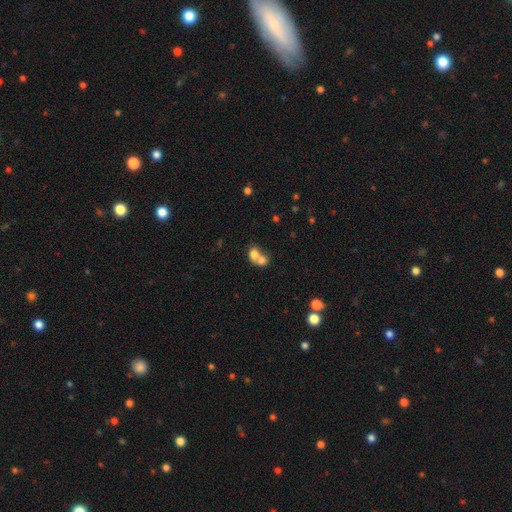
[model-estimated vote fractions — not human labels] smooth-or-featured: smooth: 71% | featured or disk: 19% | star or artifact: 10%
  how-rounded: round: 50% | in between: 49% | cigar-shaped: 1%
  merging: merger: 72% | none: 19% | minor disturbance: 5% | major disturbance: 4%